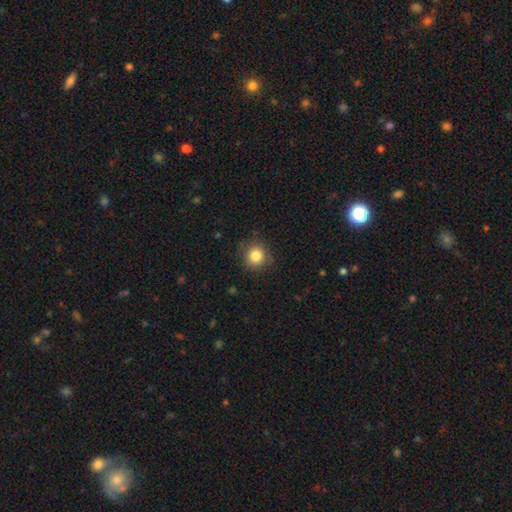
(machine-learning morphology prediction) Smooth or featured? Predicted: smooth (p=0.84). How rounded? Predicted: round (p=0.91). Merging? Predicted: none (p=0.84).